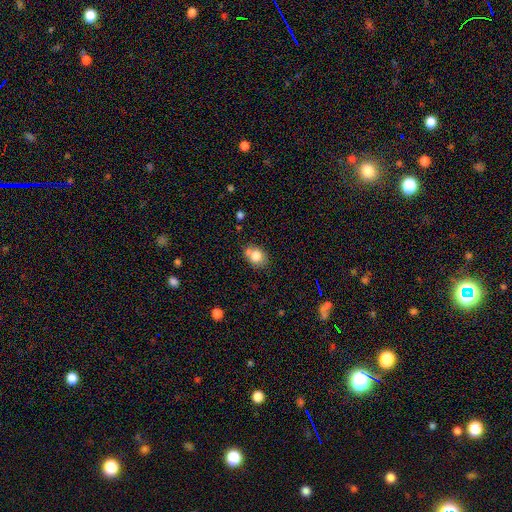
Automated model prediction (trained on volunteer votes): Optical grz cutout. It shows a smooth galaxy with no disk features (78%) that is round (52%). Merging: none (58%).